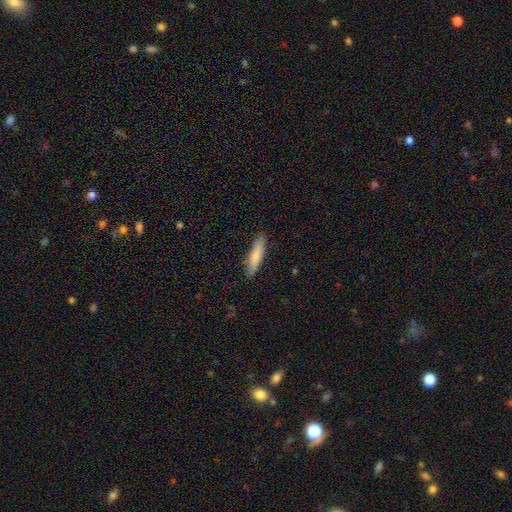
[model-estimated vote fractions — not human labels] Q: Smooth or featured?
A: smooth (79%); runner-up: featured or disk (16%)
Q: How rounded?
A: cigar-shaped (71%); runner-up: in between (27%)
Q: Merging?
A: none (88%); runner-up: minor disturbance (9%)